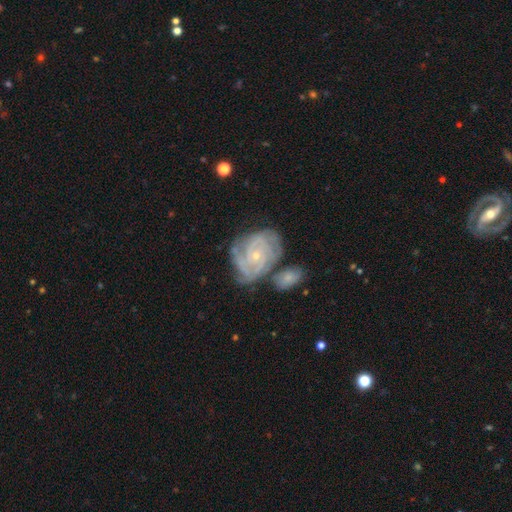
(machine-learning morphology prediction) Smooth or featured: featured or disk — 86% (smooth — 8%)
Edge-on disk: no — 97% (yes — 3%)
Bar: no — 70% (weak — 24%)
Spiral arms: yes — 96% (no — 4%)
Spiral winding: tight — 70% (medium — 25%)
Spiral arm count: 3 — 28% (can't tell — 25%)
Bulge size: small — 78% (moderate — 18%)
Merging: none — 58% (minor disturbance — 20%)